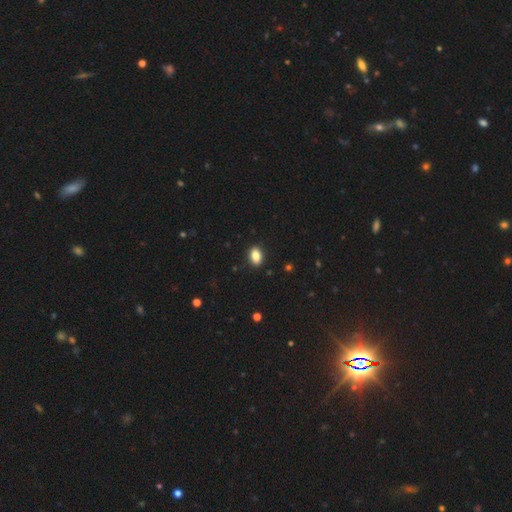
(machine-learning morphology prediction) This appears to be a smooth galaxy with no disk features (86%) that is in between round and cigar-shaped (88%). Merging: none (90%).